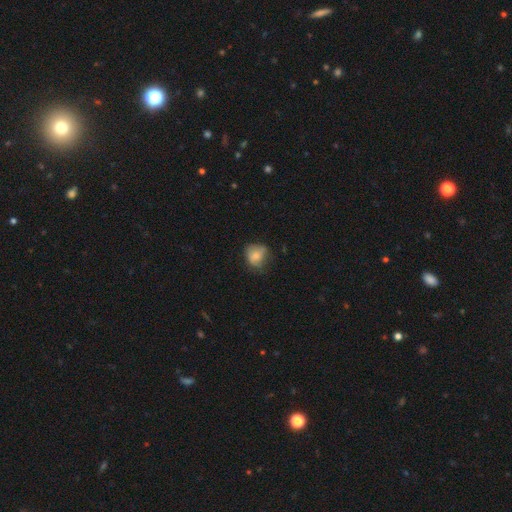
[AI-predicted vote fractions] smooth_or_featured: smooth (p=0.73) [alt: featured or disk p=0.17]
how_rounded: round (p=0.64) [alt: in between p=0.35]
merging: none (p=0.51) [alt: minor disturbance p=0.32]